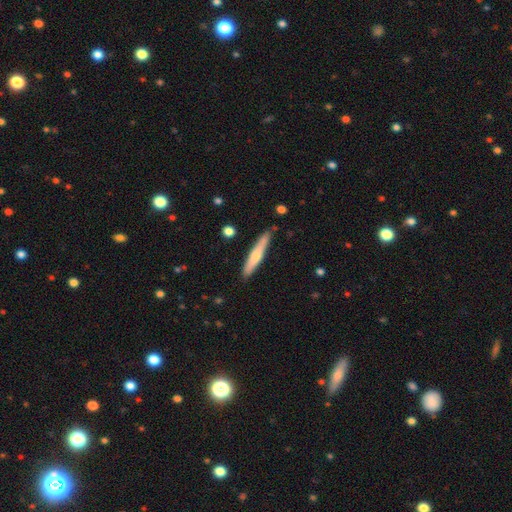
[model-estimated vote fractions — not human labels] A smooth galaxy with no disk features (59%) that is cigar-shaped (92%).

Vote fractions:
- Smooth or featured? smooth: 59% / featured or disk: 36% / star or artifact: 5%
- How rounded? cigar-shaped: 92% / in between: 6% / round: 1%
- Merging? none: 84% / minor disturbance: 12% / merger: 2% / major disturbance: 2%